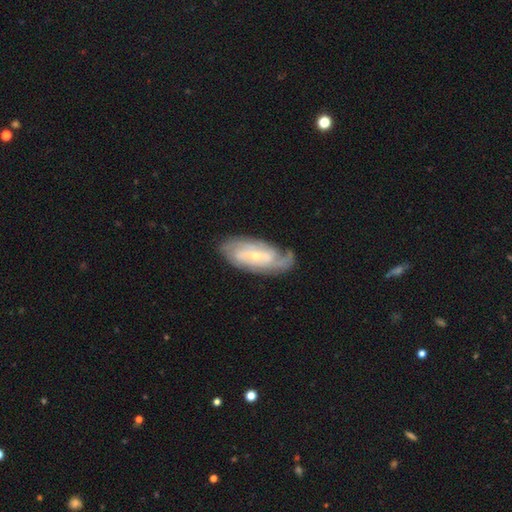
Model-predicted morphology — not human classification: A featured or disk galaxy (79%) with a weak bar (42%), 2 (38%) tight (55%) spiral arms (93%) and a small central bulge (68%).

Vote fractions:
- Smooth or featured? featured or disk: 79% / smooth: 15% / star or artifact: 5%
- Edge-on disk? no: 93% / yes: 7%
- Bar? weak: 42% / no: 38% / strong: 20%
- Spiral arms? yes: 93% / no: 7%
- Spiral winding? tight: 55% / medium: 34% / loose: 11%
- Spiral arm count? 2: 38% / can't tell: 33% / 3: 15% / 4: 6% / 1: 5% / more than 4: 3%
- Bulge size? small: 68% / moderate: 28% / none: 2% / large: 1% / dominant: 1%
- Merging? none: 71% / minor disturbance: 20% / major disturbance: 7% / merger: 2%